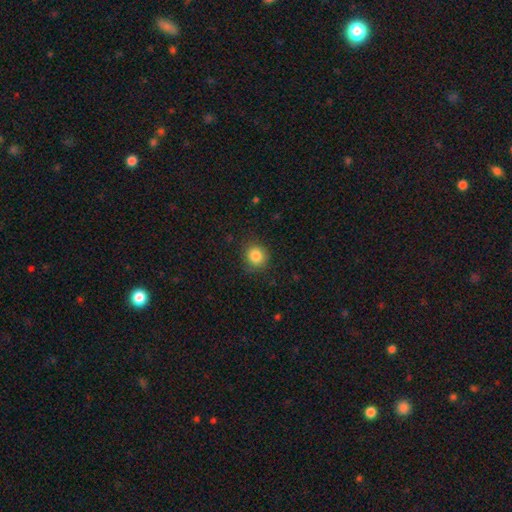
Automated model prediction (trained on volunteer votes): Smooth or featured? smooth (85%)
How rounded? round (87%)
Merging? none (84%)